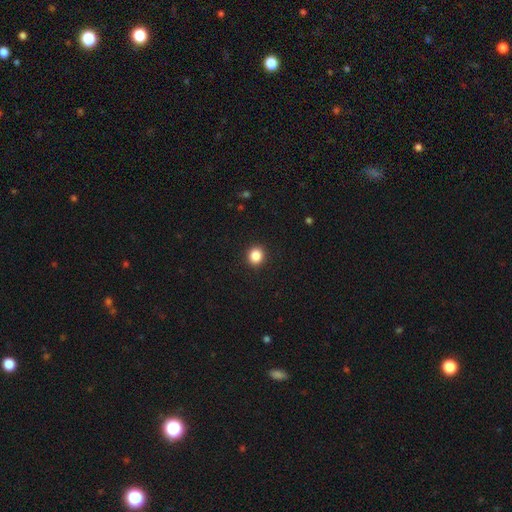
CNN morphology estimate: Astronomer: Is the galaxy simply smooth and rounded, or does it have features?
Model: smooth — 87%.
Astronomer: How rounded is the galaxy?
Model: round — 84%.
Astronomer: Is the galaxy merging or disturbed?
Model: none — 92%.